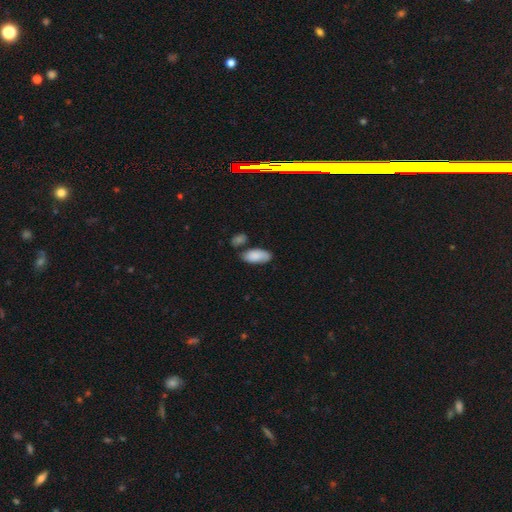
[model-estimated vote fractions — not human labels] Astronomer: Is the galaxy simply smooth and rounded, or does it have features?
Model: smooth — 83%.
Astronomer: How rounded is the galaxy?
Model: in between — 90%.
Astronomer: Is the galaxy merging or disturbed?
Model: none — 59%.